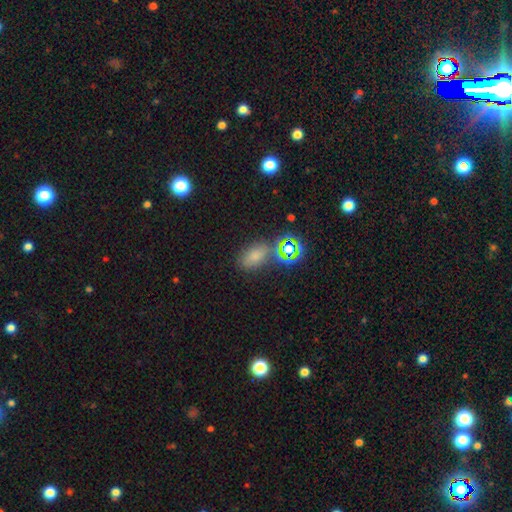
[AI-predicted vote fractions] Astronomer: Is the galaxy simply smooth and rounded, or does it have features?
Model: smooth — 65%.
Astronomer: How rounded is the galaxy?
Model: in between — 83%.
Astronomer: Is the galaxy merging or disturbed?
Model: none — 67%.